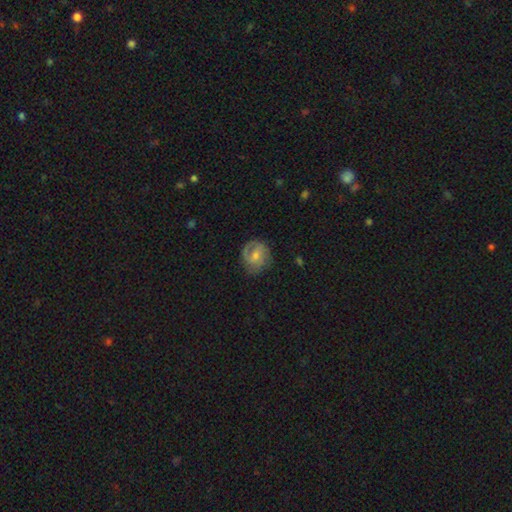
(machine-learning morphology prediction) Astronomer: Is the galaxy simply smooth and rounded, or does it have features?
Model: featured or disk — 54% (runner-up: smooth, 38%).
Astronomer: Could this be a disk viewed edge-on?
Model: no — 97%.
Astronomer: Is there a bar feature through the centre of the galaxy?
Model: no — 53% (runner-up: weak, 39%).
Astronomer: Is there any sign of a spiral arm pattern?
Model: yes — 78%.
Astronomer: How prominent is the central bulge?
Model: moderate — 48% (runner-up: small, 45%).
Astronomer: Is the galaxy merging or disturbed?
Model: none — 72%.